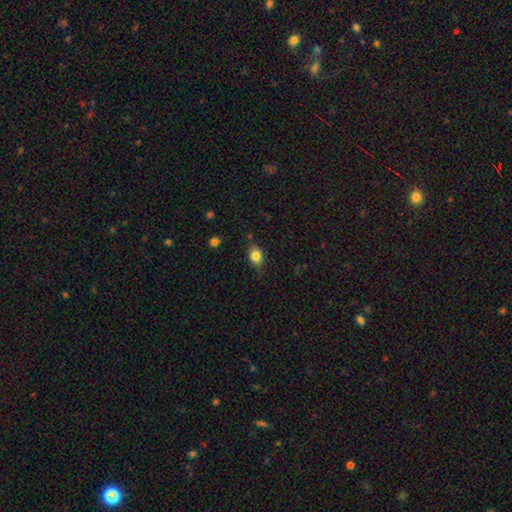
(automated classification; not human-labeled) smooth 81%, featured or disk 9%, star or artifact 9%. Down the decision tree: how rounded — in between (72%); merging — none (77%).